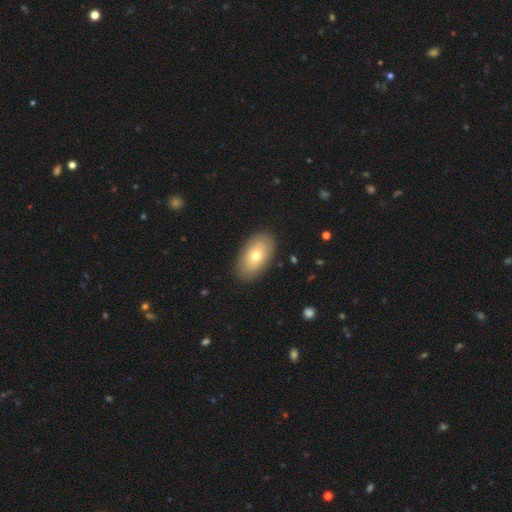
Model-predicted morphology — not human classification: A smooth galaxy with no disk features (70%) that is in between round and cigar-shaped (93%).

Vote fractions:
- Smooth or featured? smooth: 70% / featured or disk: 23% / star or artifact: 7%
- How rounded? in between: 93% / round: 5% / cigar-shaped: 2%
- Merging? none: 88% / minor disturbance: 9% / major disturbance: 2% / merger: 1%